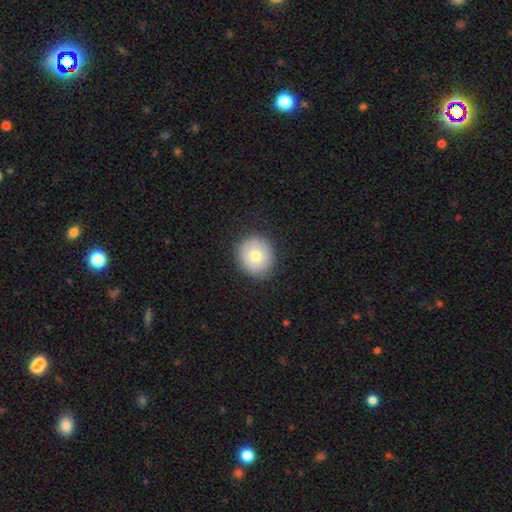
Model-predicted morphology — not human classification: Smooth or featured? smooth (75%)
How rounded? round (88%)
Merging? none (87%)